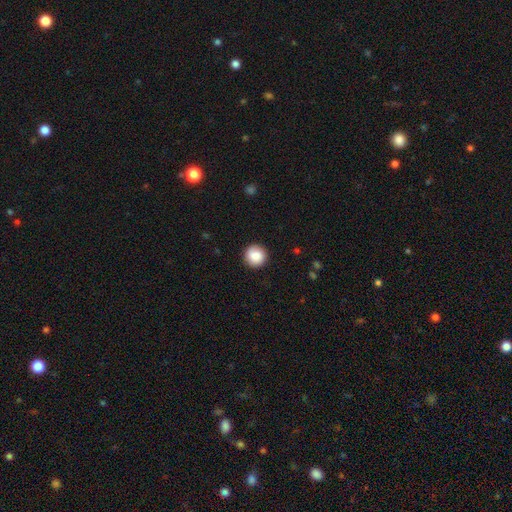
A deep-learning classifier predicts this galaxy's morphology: Smooth or featured? Predicted: smooth (p=0.87). How rounded? Predicted: round (p=0.95). Merging? Predicted: none (p=0.90).